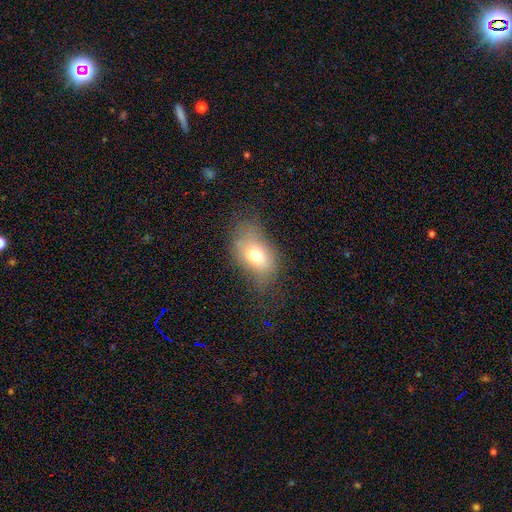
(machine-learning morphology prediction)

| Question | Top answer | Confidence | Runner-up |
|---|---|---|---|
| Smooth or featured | smooth | 70% | featured or disk (18%) |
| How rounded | in between | 81% | round (17%) |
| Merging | none | 61% | minor disturbance (24%) |